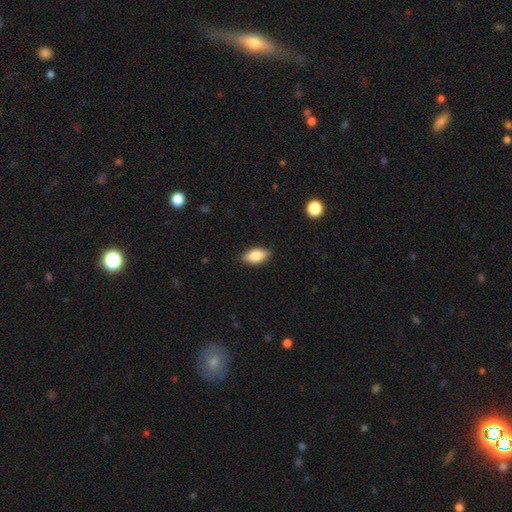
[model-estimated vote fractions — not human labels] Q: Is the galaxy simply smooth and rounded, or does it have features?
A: smooth — 82%.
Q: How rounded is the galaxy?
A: in between — 89%.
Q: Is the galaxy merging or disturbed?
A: none — 86%.